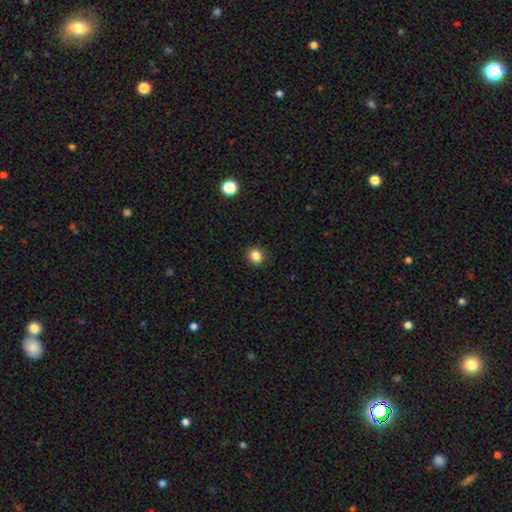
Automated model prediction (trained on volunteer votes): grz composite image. It shows a smooth galaxy with no disk features (85%) that is round (89%). Merging: none (91%).